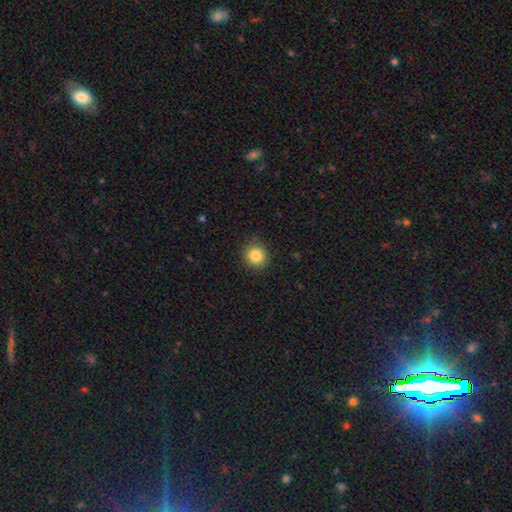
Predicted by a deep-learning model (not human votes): Q: Smooth or featured?
A: smooth (84%); runner-up: star or artifact (11%)
Q: How rounded?
A: round (91%); runner-up: in between (8%)
Q: Merging?
A: none (90%); runner-up: minor disturbance (7%)